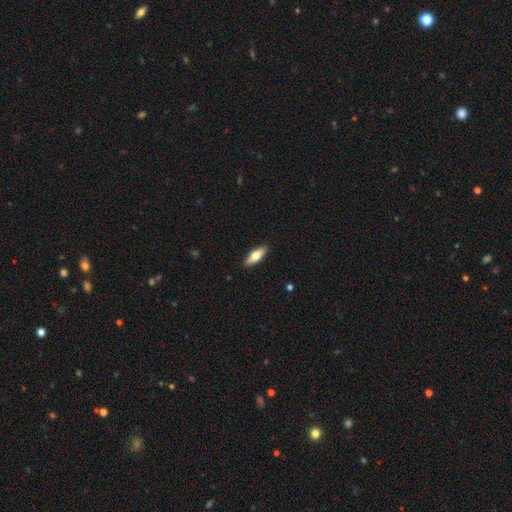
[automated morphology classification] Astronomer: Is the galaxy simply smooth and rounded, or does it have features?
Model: smooth — 55% (runner-up: featured or disk, 39%).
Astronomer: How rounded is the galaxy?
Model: in between — 58% (runner-up: cigar-shaped, 39%).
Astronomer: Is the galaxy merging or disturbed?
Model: none — 90%.